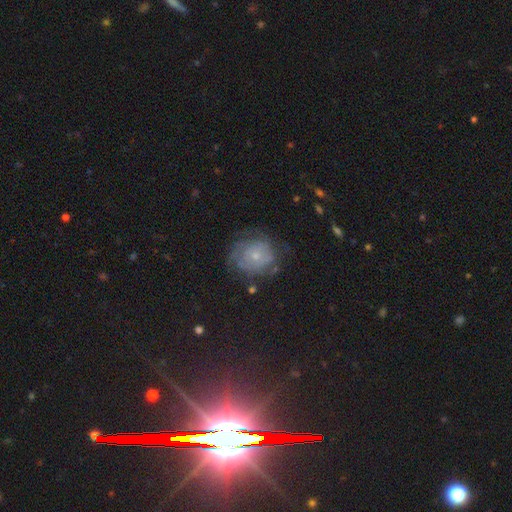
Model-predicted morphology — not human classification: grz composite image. It shows a featured or disk galaxy (54%) with no bar (84%), spiral arms (71%) and a small central bulge (70%). Merging: none (60%).